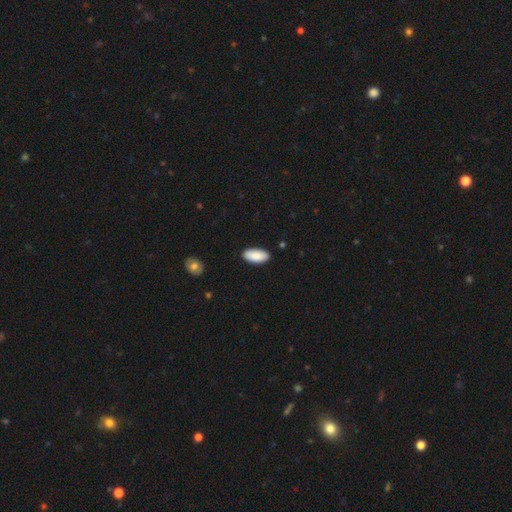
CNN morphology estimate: A smooth galaxy with no disk features (90%) that is in between round and cigar-shaped (92%). Merging: none (88%).